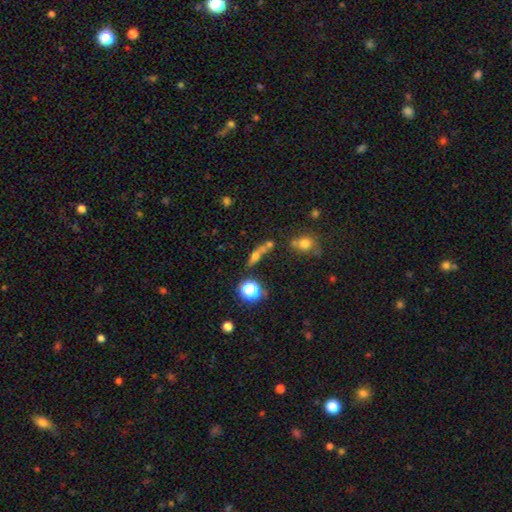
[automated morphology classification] Q: Smooth or featured?
A: smooth (52%); runner-up: featured or disk (25%)
Q: How rounded?
A: in between (36%); runner-up: cigar-shaped (33%)
Q: Merging?
A: none (47%); runner-up: merger (31%)